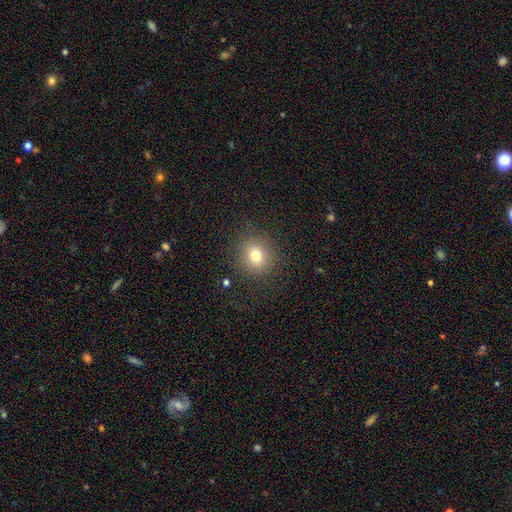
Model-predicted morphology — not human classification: A smooth galaxy with no disk features (77%) that is round (86%). Merging: none (87%).